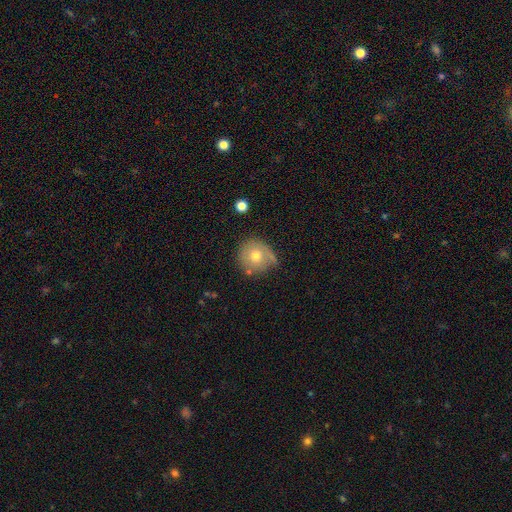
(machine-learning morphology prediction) A smooth galaxy with no disk features (70%) that is round (90%).

Vote fractions:
- Smooth or featured? smooth: 70% / featured or disk: 21% / star or artifact: 9%
- How rounded? round: 90% / in between: 9% / cigar-shaped: 1%
- Merging? none: 63% / minor disturbance: 23% / merger: 8% / major disturbance: 7%